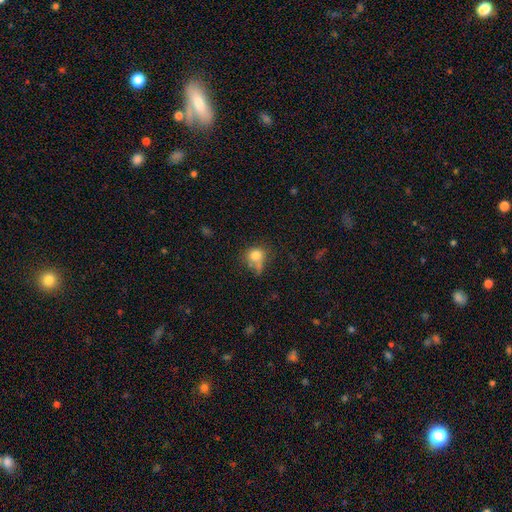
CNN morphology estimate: smooth 78%, star or artifact 11%, featured or disk 11%. Down the decision tree: how rounded — round (71%); merging — none (45%).